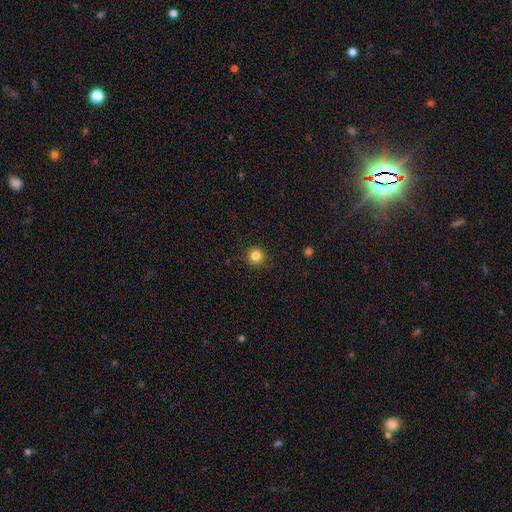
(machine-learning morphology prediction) Smooth or featured: smooth — 83% (star or artifact — 12%)
How rounded: round — 95% (in between — 4%)
Merging: none — 91% (minor disturbance — 6%)